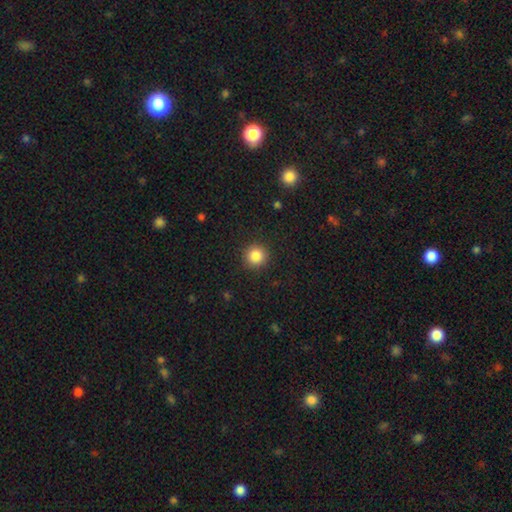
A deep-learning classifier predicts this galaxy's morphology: smooth-or-featured: smooth: 85% | star or artifact: 10% | featured or disk: 5%
  how-rounded: round: 94% | in between: 5% | cigar-shaped: 1%
  merging: none: 91% | minor disturbance: 6% | major disturbance: 2% | merger: 1%